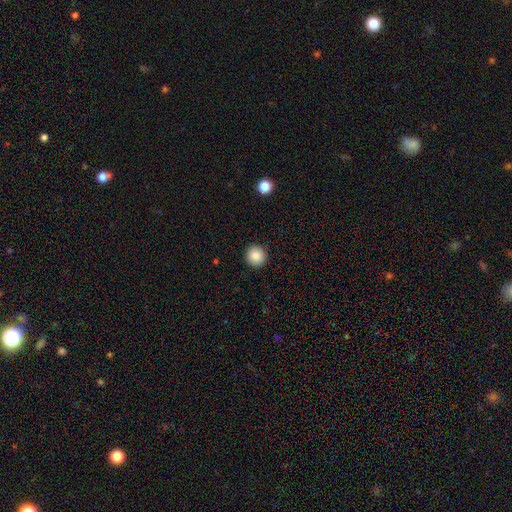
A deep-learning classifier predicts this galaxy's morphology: Overall: smooth (86%). How rounded: round (95%). Merging: none (93%).